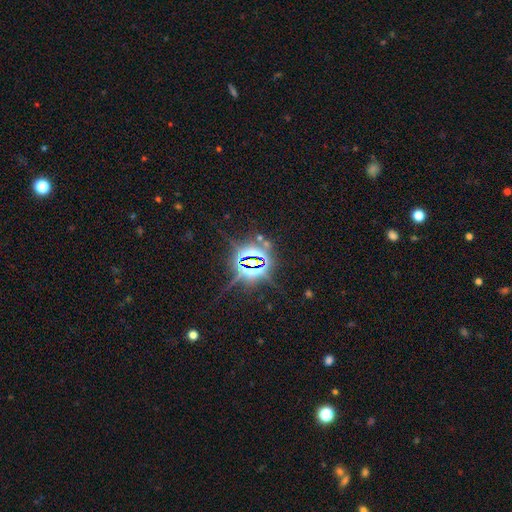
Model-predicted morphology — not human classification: Smooth or featured?
  - star or artifact: 85% *
  - featured or disk: 8%
  - smooth: 7%